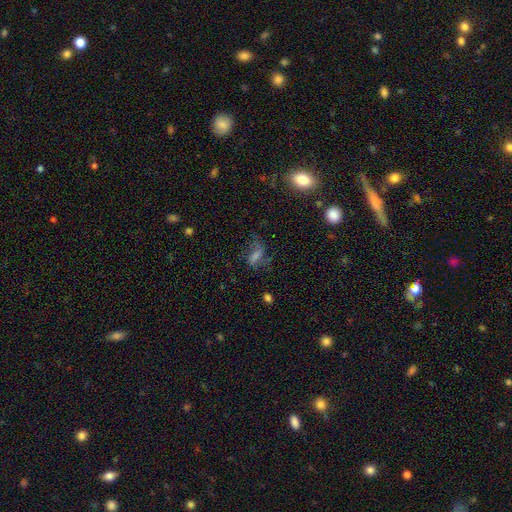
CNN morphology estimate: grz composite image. It shows a featured or disk galaxy (41%). Merging: none (51%).